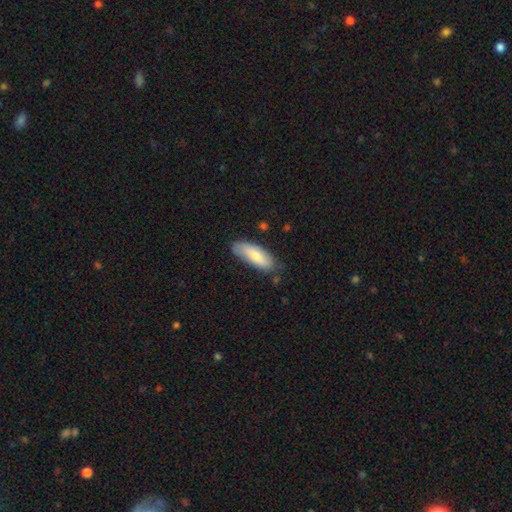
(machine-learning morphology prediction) Smooth or featured? smooth (77%)
How rounded? in between (69%)
Merging? none (72%)